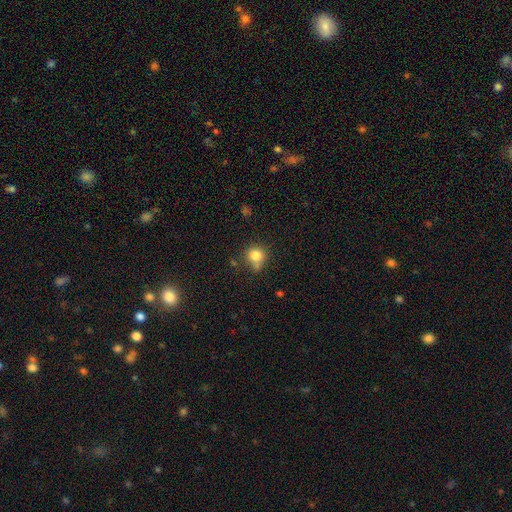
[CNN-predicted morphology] This appears to be a smooth galaxy with no disk features (82%) that is round (86%). Merging: none (63%).